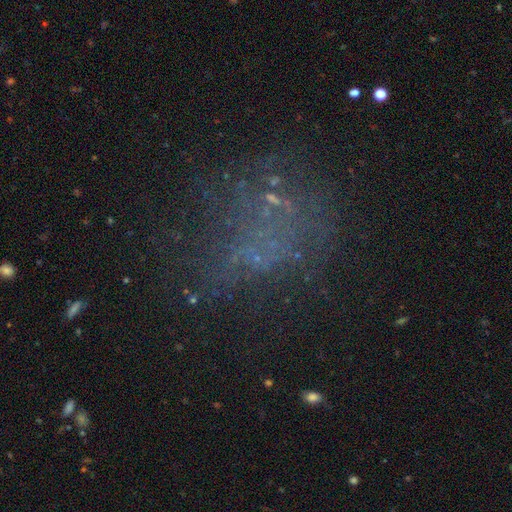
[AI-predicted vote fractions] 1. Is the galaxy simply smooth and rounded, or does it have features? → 41% star or artifact, 37% featured or disk, 23% smooth.